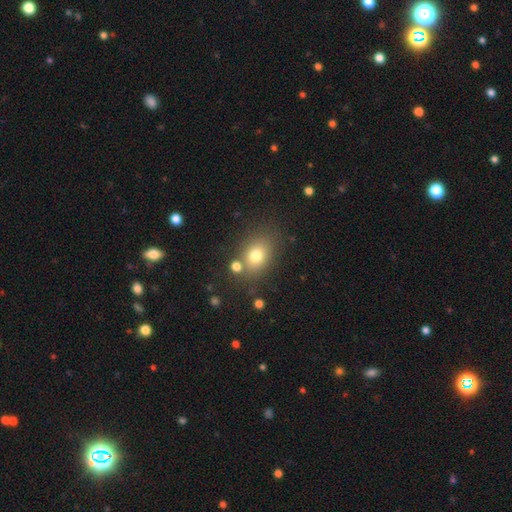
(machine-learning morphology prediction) This is likely a smooth galaxy (75%). How rounded: likely in between (62%). Merging: likely none (72%).